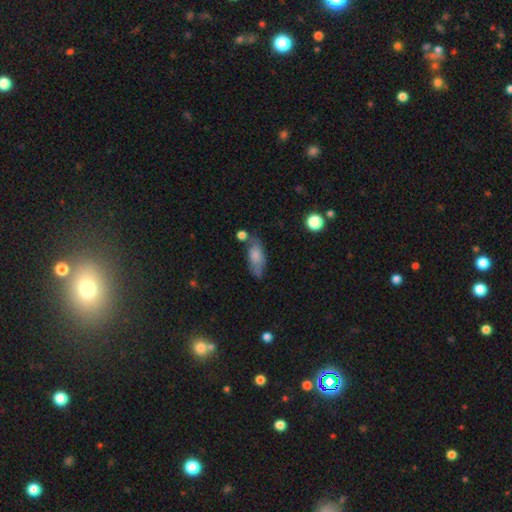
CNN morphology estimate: smooth 72%, featured or disk 20%, star or artifact 8%. Down the decision tree: how rounded — in between (82%); merging — none (51%).